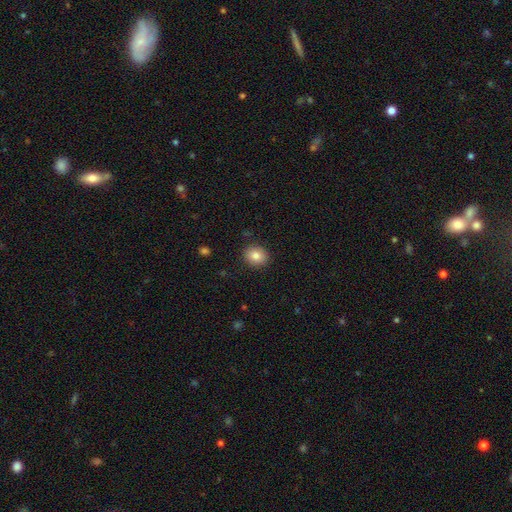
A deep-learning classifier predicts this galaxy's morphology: Smooth or featured? smooth (83%)
How rounded? round (70%)
Merging? none (89%)